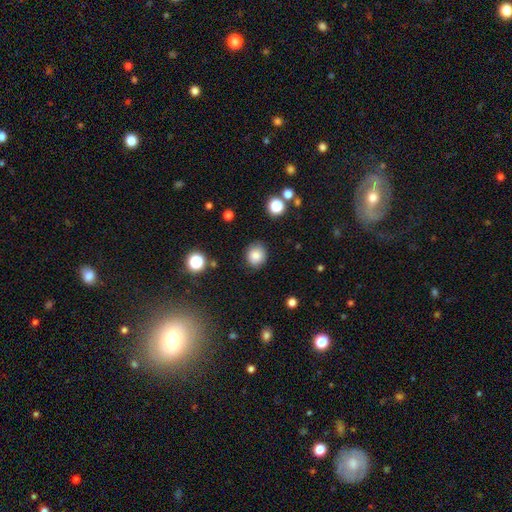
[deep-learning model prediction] The model was most divided on "how rounded": round: 79%, in between: 20%, cigar-shaped: 1%. More confident: merging — none (86%); smooth or featured — smooth (84%).